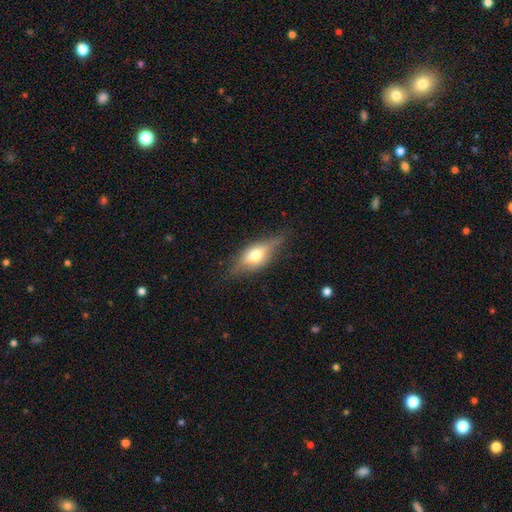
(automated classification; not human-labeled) smooth_or_featured: smooth (p=0.47) [alt: featured or disk p=0.45]
merging: none (p=0.75) [alt: minor disturbance p=0.18]